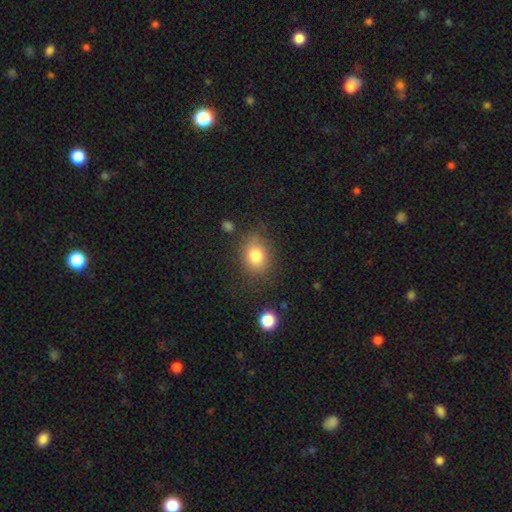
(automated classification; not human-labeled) This is clearly a smooth galaxy (81%). How rounded: possibly in between (54%). Merging: likely none (78%).